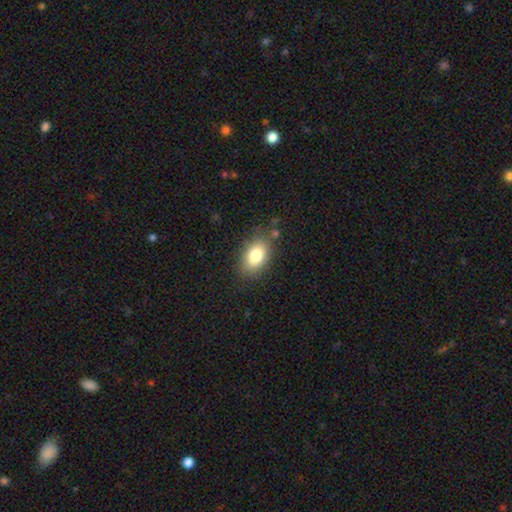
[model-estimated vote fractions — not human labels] Morphology: type=smooth (81%); roundness=in between (87%); merging=none (80%).